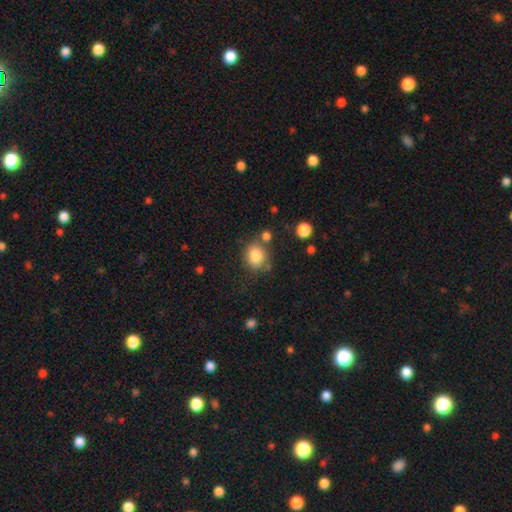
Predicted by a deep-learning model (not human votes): A smooth galaxy with no disk features (84%) that is round (67%). Merging: none (70%).